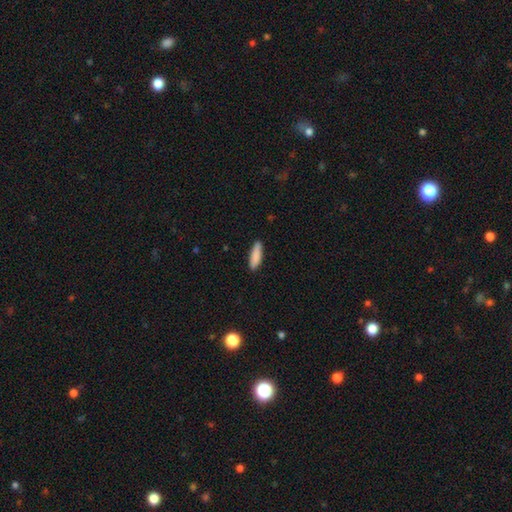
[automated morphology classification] A smooth galaxy with no disk features (87%) that is cigar-shaped (59%).

Vote fractions:
- Smooth or featured? smooth: 87% / featured or disk: 7% / star or artifact: 6%
- How rounded? cigar-shaped: 59% / in between: 40% / round: 2%
- Merging? none: 87% / minor disturbance: 10% / major disturbance: 2% / merger: 1%